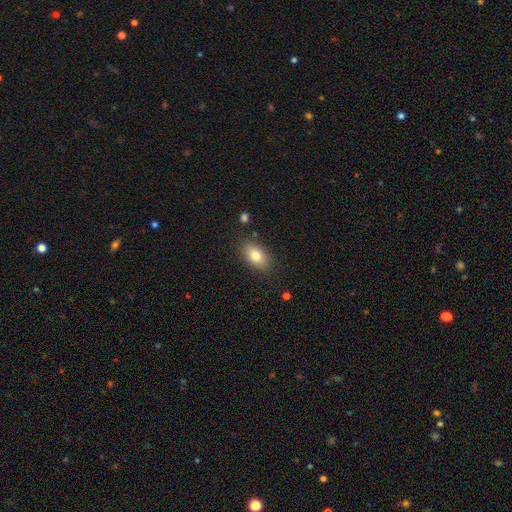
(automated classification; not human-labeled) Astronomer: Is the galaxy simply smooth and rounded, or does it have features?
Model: smooth — 80%.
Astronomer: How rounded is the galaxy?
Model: in between — 89%.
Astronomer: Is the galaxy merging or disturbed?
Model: none — 85%.